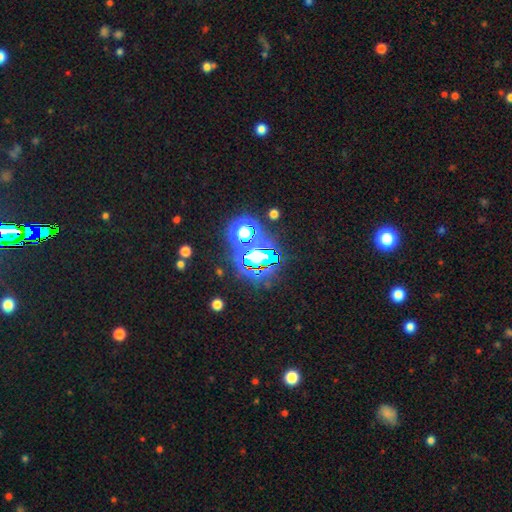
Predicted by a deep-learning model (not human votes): Smooth or featured? Predicted: star or artifact (p=0.71).